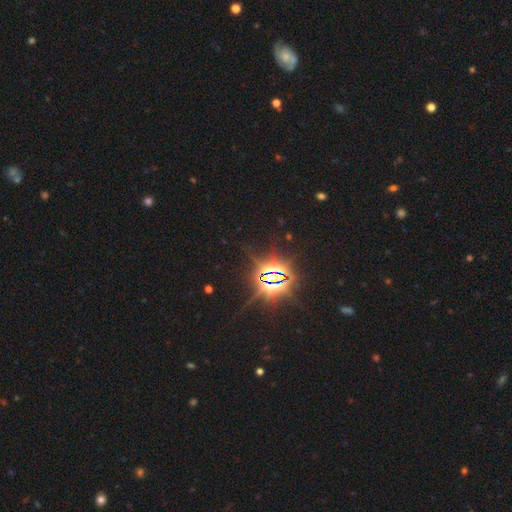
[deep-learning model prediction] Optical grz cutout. It shows a star or artifact, not a galaxy (86%).